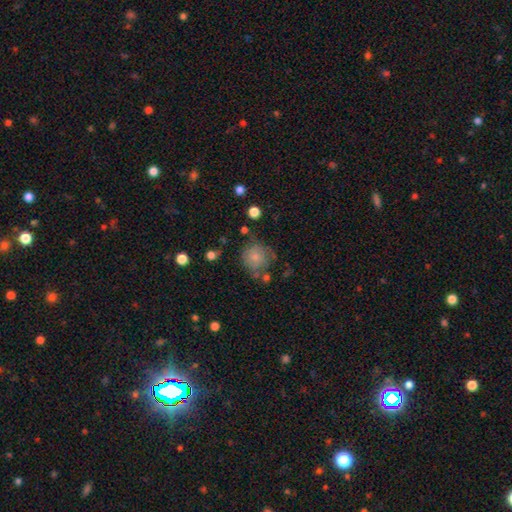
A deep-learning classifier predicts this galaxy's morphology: Q: Smooth or featured?
A: smooth (74%); runner-up: featured or disk (17%)
Q: How rounded?
A: round (87%); runner-up: in between (12%)
Q: Merging?
A: none (55%); runner-up: minor disturbance (24%)